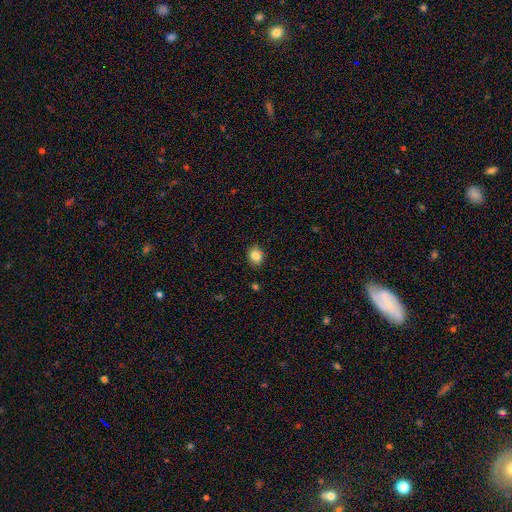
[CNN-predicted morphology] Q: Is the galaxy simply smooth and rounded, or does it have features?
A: smooth — 84%.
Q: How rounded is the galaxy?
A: round — 59%.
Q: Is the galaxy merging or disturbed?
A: none — 87%.